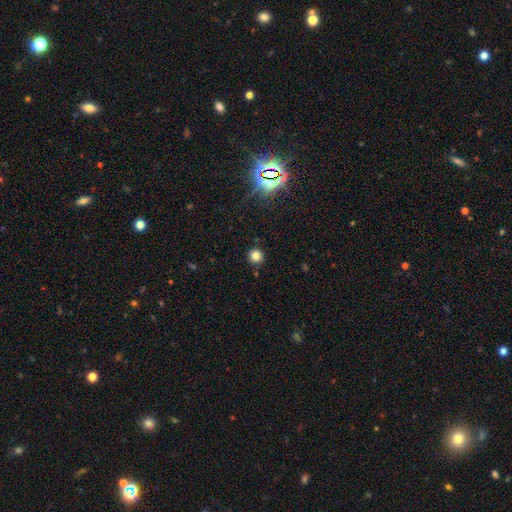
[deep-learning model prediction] Smooth or featured?
  - smooth: 78% *
  - star or artifact: 16%
  - featured or disk: 6%
How rounded?
  - round: 94% *
  - in between: 5%
  - cigar-shaped: 1%
Merging?
  - none: 90% *
  - minor disturbance: 6%
  - major disturbance: 2%
  - merger: 2%